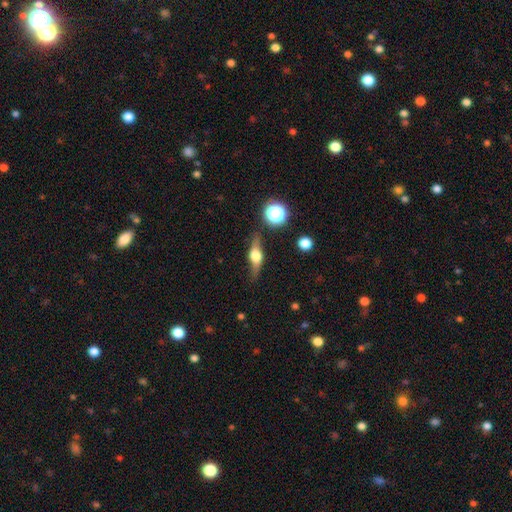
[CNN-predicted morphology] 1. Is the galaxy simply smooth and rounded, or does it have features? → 61% featured or disk, 31% smooth, 8% star or artifact.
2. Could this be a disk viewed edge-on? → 90% yes, 10% no.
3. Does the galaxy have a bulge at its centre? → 94% rounded, 5% boxy, 2% none.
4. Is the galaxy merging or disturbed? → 81% none, 13% minor disturbance, 4% major disturbance, 2% merger.